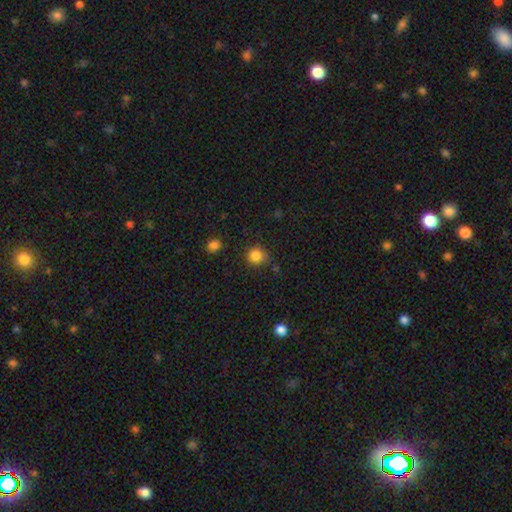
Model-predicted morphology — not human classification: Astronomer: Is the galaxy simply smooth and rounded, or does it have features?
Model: smooth — 84%.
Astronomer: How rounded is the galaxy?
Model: round — 88%.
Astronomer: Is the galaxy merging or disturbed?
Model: none — 80%.